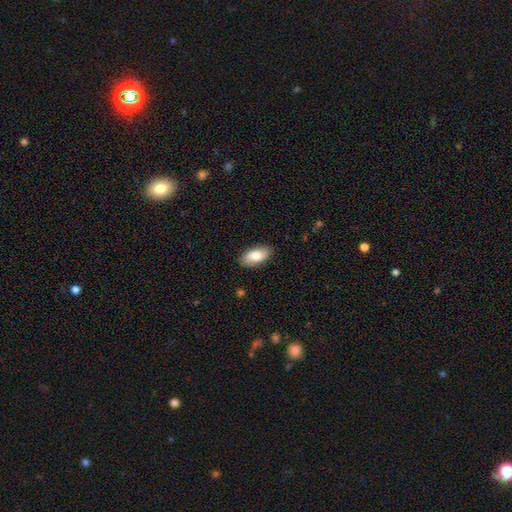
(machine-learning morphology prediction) Smooth or featured? Predicted: smooth (p=0.80). How rounded? Predicted: in between (p=0.92). Merging? Predicted: none (p=0.86).